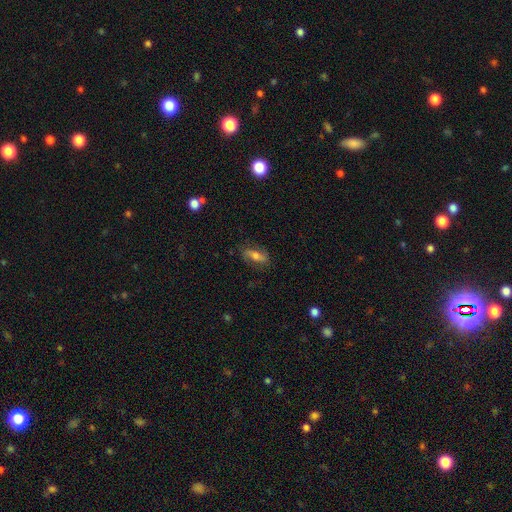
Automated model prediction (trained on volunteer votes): featured or disk 52%, smooth 40%, star or artifact 9%. Down the decision tree: edge-on disk — no (82%); merging — none (76%).